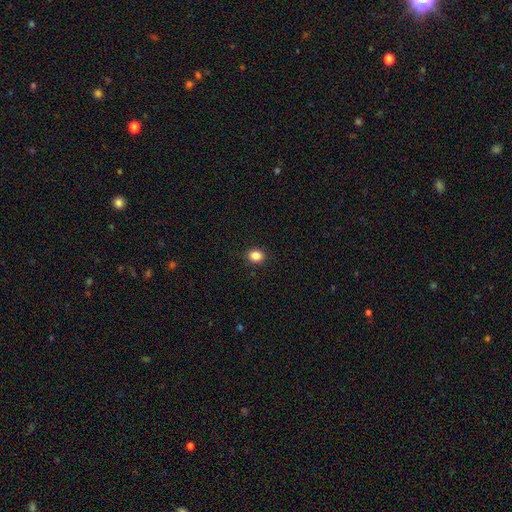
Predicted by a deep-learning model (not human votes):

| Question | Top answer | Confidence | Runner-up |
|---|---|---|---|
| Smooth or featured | smooth | 86% | star or artifact (11%) |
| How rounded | round | 64% | in between (35%) |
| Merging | none | 90% | minor disturbance (7%) |